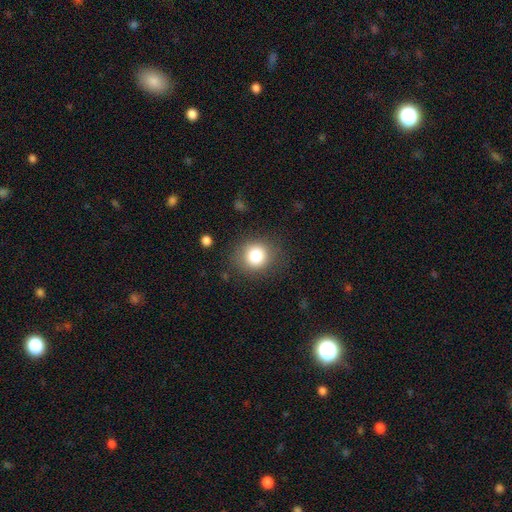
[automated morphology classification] smooth-or-featured: smooth: 81% | star or artifact: 11% | featured or disk: 8%
  how-rounded: round: 87% | in between: 13% | cigar-shaped: 1%
  merging: none: 83% | minor disturbance: 10% | major disturbance: 5% | merger: 2%